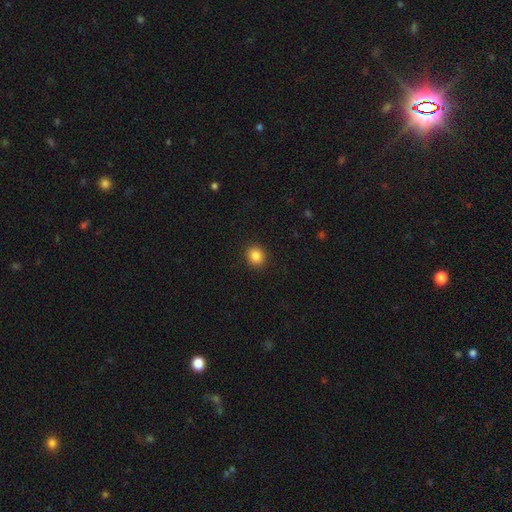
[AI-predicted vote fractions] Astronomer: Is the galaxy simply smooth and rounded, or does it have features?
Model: smooth — 85%.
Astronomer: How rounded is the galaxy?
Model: round — 78%.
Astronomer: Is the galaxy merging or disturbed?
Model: none — 91%.